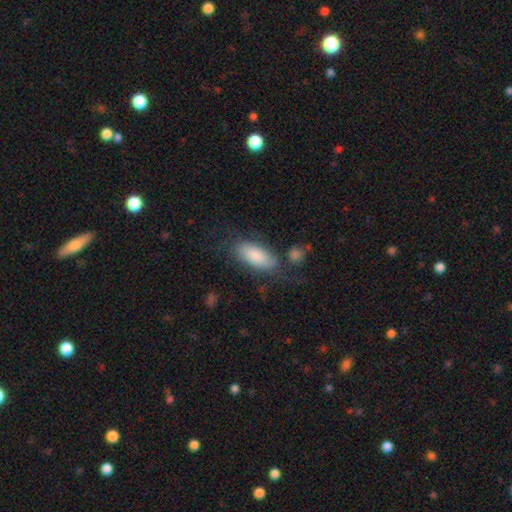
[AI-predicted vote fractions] smooth-or-featured: smooth: 81% | featured or disk: 13% | star or artifact: 6%
  how-rounded: in between: 86% | cigar-shaped: 12% | round: 2%
  merging: none: 63% | minor disturbance: 20% | major disturbance: 10% | merger: 7%